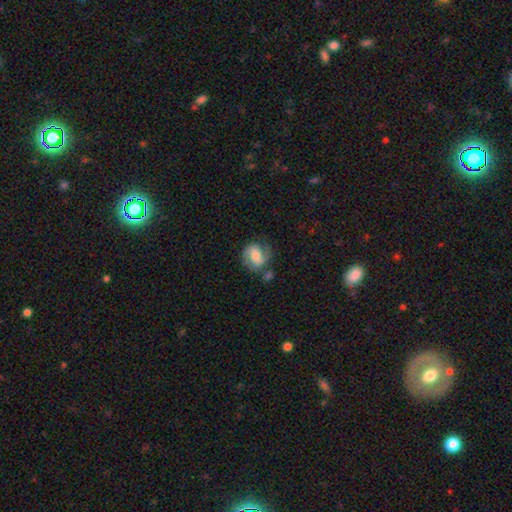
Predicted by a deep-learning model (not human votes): smooth_or_featured: featured or disk (p=0.55) [alt: smooth p=0.37]
disk_edge_on: no (p=0.97) [alt: yes p=0.03]
bar: no (p=0.40) [tied with: weak p=0.40]
has_spiral_arms: yes (p=0.84) [alt: no p=0.16]
bulge_size: moderate (p=0.56) [alt: small p=0.28]
merging: none (p=0.60) [alt: minor disturbance p=0.21]